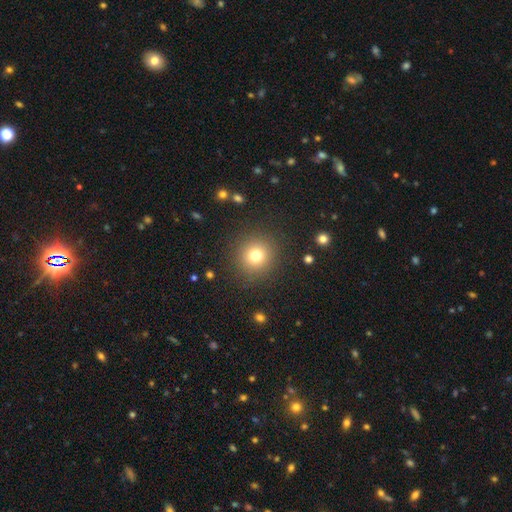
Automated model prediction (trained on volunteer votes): A smooth galaxy with no disk features (76%) that is round (92%).

Vote fractions:
- Smooth or featured? smooth: 76% / star or artifact: 15% / featured or disk: 10%
- How rounded? round: 92% / in between: 7% / cigar-shaped: 1%
- Merging? none: 89% / minor disturbance: 6% / major disturbance: 3% / merger: 1%